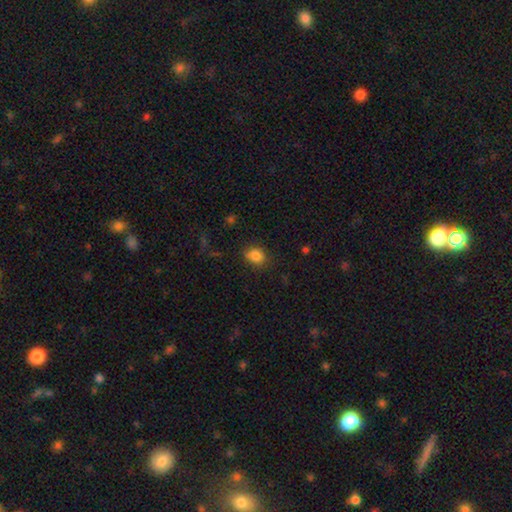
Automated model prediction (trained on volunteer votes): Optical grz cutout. It shows a smooth galaxy with no disk features (83%) that is round (58%). Merging: none (75%).